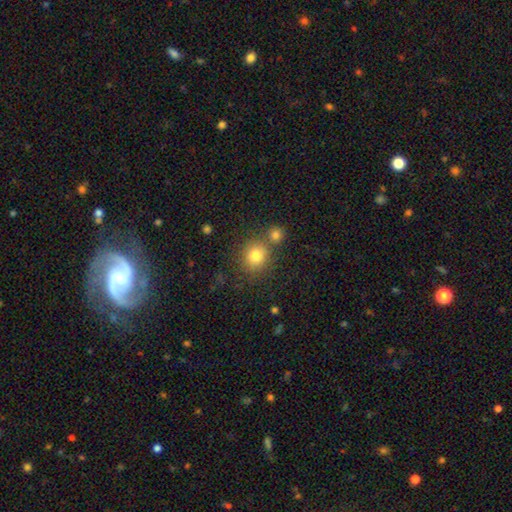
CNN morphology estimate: Smooth or featured? smooth (80%)
How rounded? round (84%)
Merging? none (70%)